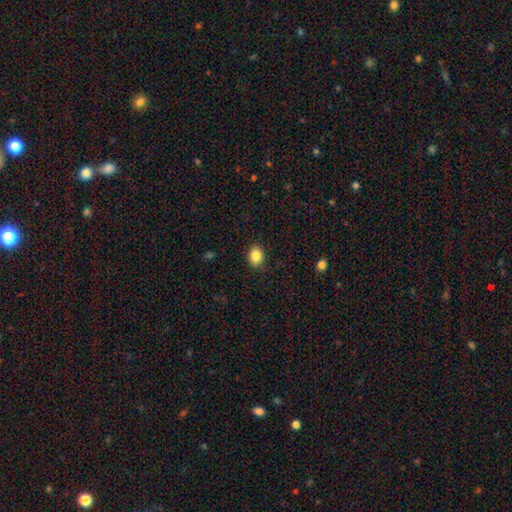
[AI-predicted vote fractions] The model was most divided on "how rounded": round: 50%, in between: 49%, cigar-shaped: 1%. More confident: merging — none (87%); smooth or featured — smooth (85%).